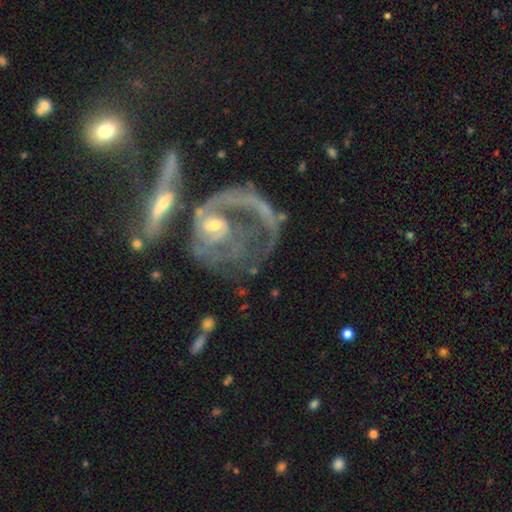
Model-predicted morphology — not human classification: This appears to be a featured or disk galaxy (76%) with no bar (73%), spiral arms (65%) and a small central bulge (48%). Merging: merger (33%).